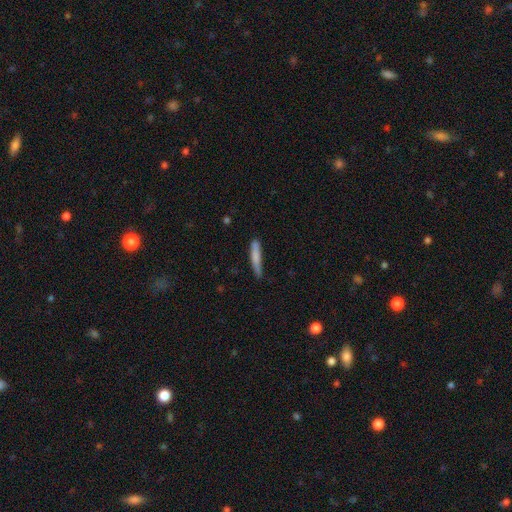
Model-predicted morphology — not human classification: The model was most divided on "merging": none: 71%, minor disturbance: 23%, major disturbance: 4%, merger: 2%. More confident: how rounded — cigar-shaped (92%); smooth or featured — smooth (78%).